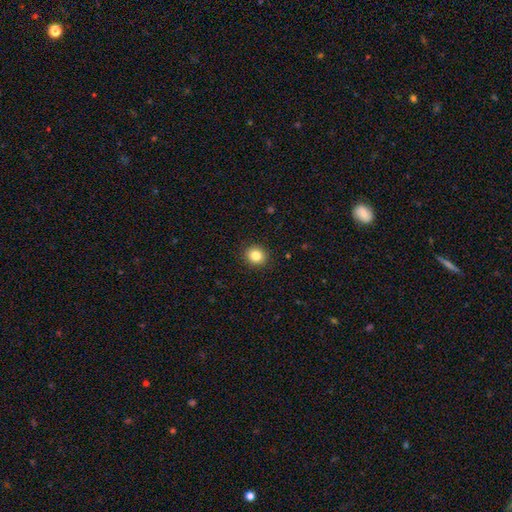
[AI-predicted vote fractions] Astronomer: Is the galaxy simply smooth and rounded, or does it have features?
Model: smooth — 83%.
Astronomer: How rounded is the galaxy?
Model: round — 83%.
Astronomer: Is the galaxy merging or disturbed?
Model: none — 91%.